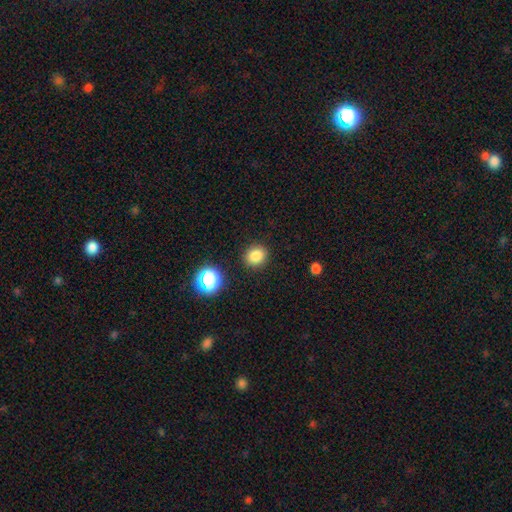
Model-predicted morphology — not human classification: A smooth galaxy with no disk features (83%) that is round (74%).

Vote fractions:
- Smooth or featured? smooth: 83% / star or artifact: 13% / featured or disk: 4%
- How rounded? round: 74% / in between: 25% / cigar-shaped: 1%
- Merging? none: 88% / minor disturbance: 7% / major disturbance: 3% / merger: 2%